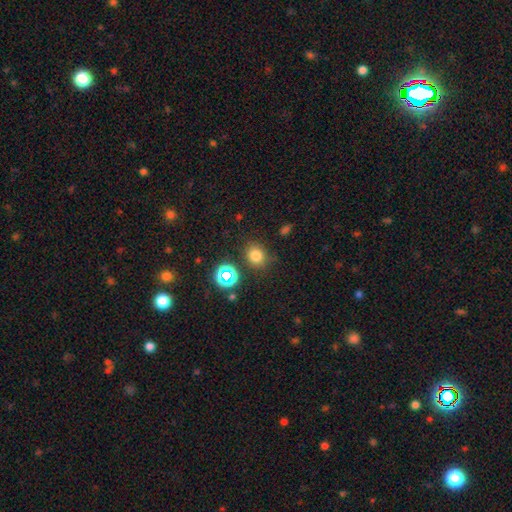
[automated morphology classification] Smooth or featured? smooth (75%)
How rounded? round (70%)
Merging? none (79%)